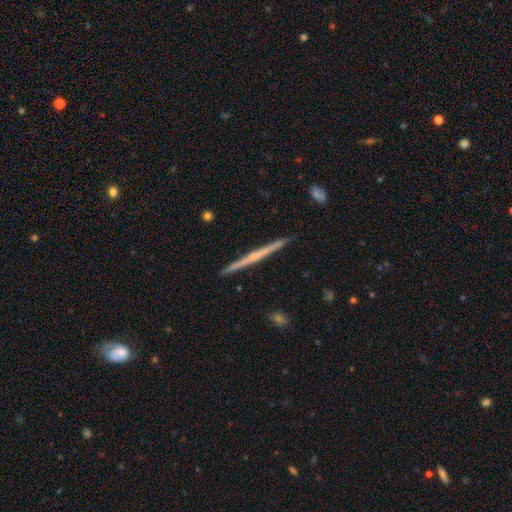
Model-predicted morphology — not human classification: smooth_or_featured: featured or disk (p=0.63) [alt: smooth p=0.32]
disk_edge_on: yes (p=0.98) [alt: no p=0.02]
edge_on_bulge: none (p=0.77) [alt: rounded p=0.18]
merging: none (p=0.93) [alt: minor disturbance p=0.05]